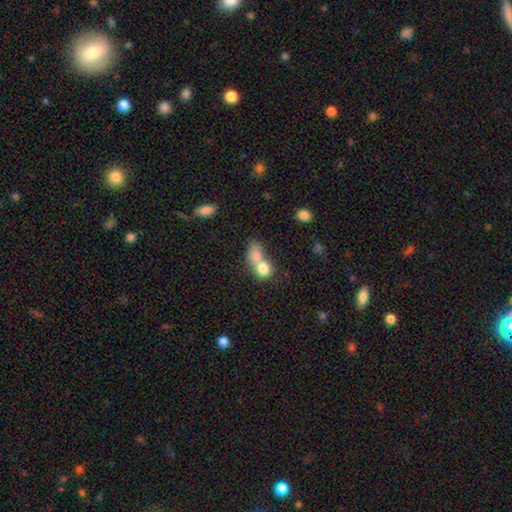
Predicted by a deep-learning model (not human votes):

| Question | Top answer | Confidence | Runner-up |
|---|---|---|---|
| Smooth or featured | smooth | 77% | featured or disk (14%) |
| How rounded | in between | 54% | round (43%) |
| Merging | merger | 71% | none (18%) |